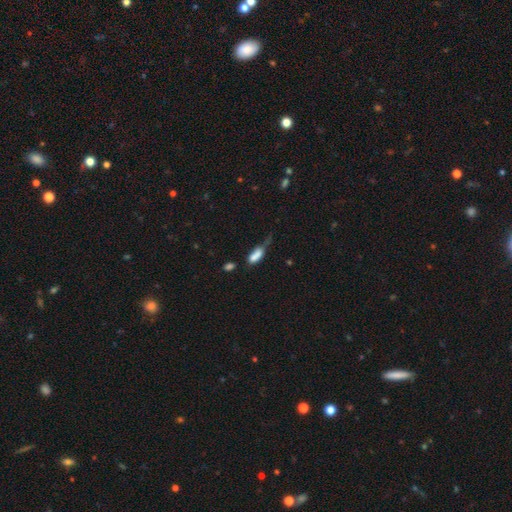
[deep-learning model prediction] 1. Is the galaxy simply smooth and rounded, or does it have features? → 71% smooth, 17% featured or disk, 12% star or artifact.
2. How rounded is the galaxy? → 73% in between, 22% cigar-shaped, 5% round.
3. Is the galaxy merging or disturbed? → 31% merger, 24% minor disturbance, 24% major disturbance, 21% none.